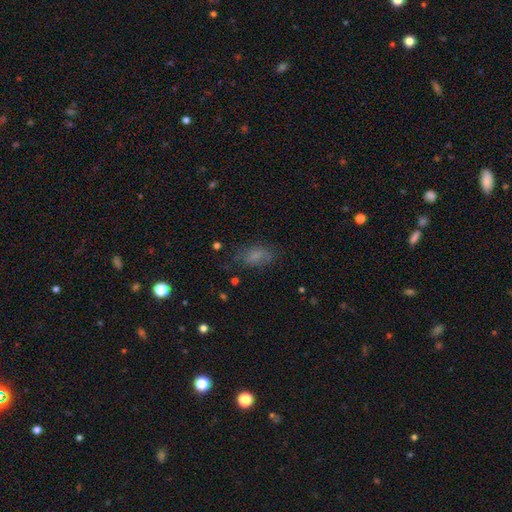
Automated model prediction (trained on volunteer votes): This is likely a smooth galaxy (66%). How rounded: clearly in between (87%). Merging: likely none (64%).